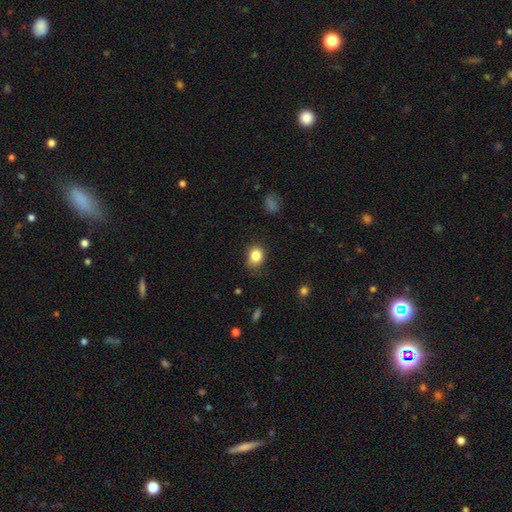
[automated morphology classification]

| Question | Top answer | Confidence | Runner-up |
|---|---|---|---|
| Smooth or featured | smooth | 84% | star or artifact (10%) |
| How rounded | round | 57% | in between (42%) |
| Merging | none | 76% | minor disturbance (19%) |